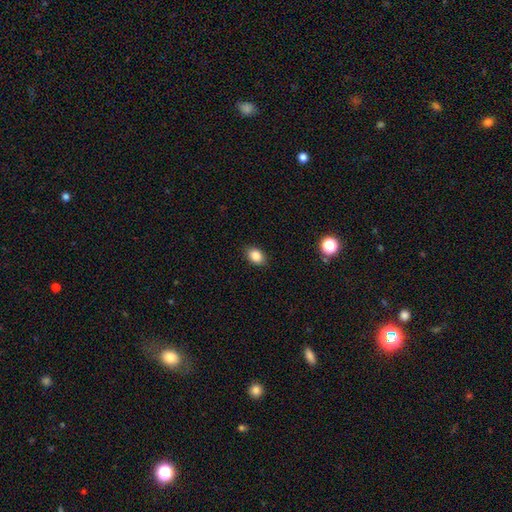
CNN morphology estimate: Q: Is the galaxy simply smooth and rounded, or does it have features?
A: smooth — 86%.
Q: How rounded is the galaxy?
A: in between — 78%.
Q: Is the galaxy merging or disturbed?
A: none — 88%.